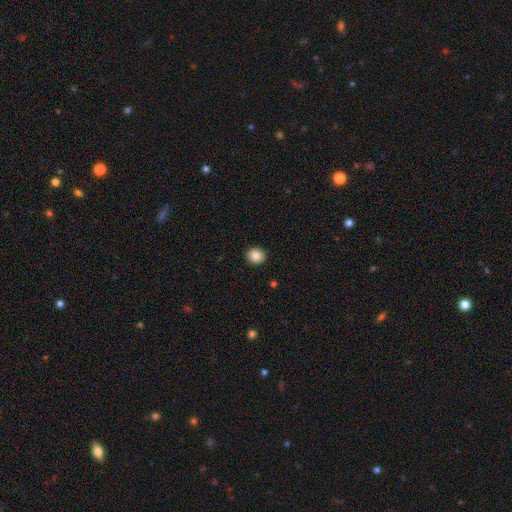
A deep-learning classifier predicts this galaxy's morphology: smooth 86%, star or artifact 9%, featured or disk 5%. Down the decision tree: how rounded — round (84%); merging — none (92%).